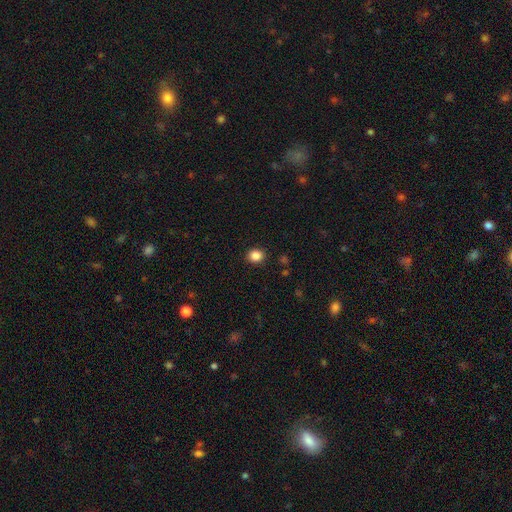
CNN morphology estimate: smooth 86%, star or artifact 11%, featured or disk 4%. Down the decision tree: how rounded — round (76%); merging — none (91%).